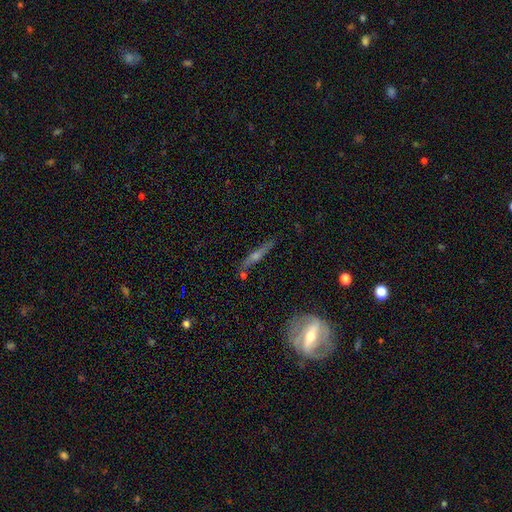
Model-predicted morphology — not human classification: smooth-or-featured: featured or disk: 68% | smooth: 22% | star or artifact: 9%
  disk-edge-on: yes: 88% | no: 12%
    edge-on-bulge: rounded: 80% | none: 13% | boxy: 7%
  merging: none: 78% | minor disturbance: 14% | major disturbance: 4% | merger: 4%